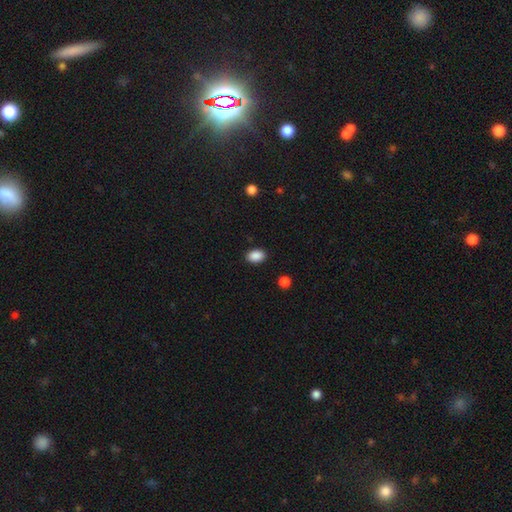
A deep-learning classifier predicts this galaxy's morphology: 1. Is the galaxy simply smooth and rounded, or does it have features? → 89% smooth, 8% star or artifact, 3% featured or disk.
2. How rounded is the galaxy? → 85% in between, 14% round, 1% cigar-shaped.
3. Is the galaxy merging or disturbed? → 88% none, 8% minor disturbance, 2% major disturbance, 1% merger.